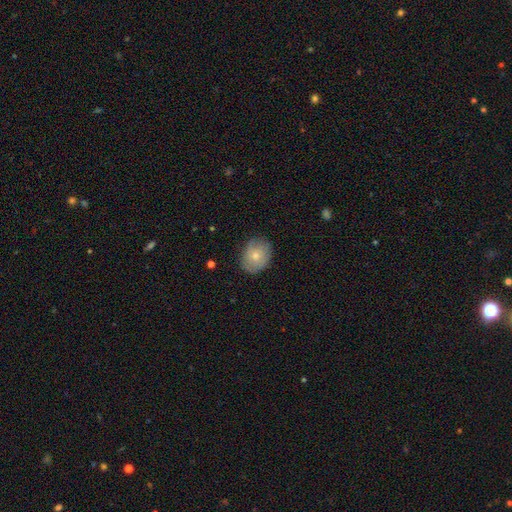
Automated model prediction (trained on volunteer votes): Q: Smooth or featured?
A: smooth (67%); runner-up: featured or disk (26%)
Q: How rounded?
A: in between (54%); runner-up: round (45%)
Q: Merging?
A: none (77%); runner-up: minor disturbance (18%)